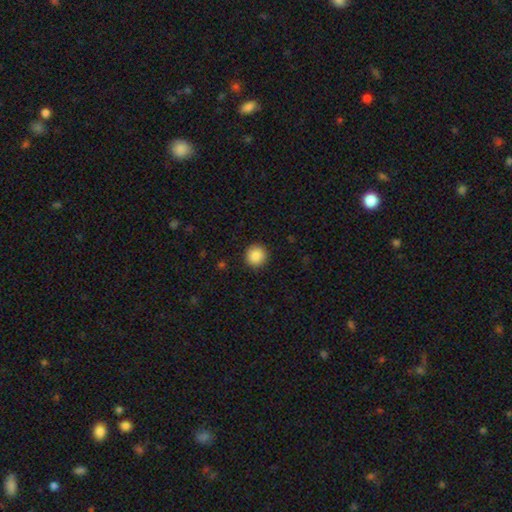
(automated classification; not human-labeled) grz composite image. It shows a smooth galaxy with no disk features (88%) that is round (95%). Merging: none (92%).